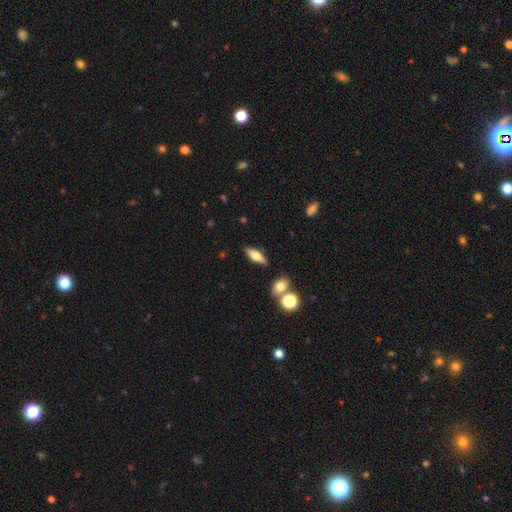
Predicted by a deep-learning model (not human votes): A smooth galaxy with no disk features (53%) that is in between round and cigar-shaped (63%). Merging: none (84%).